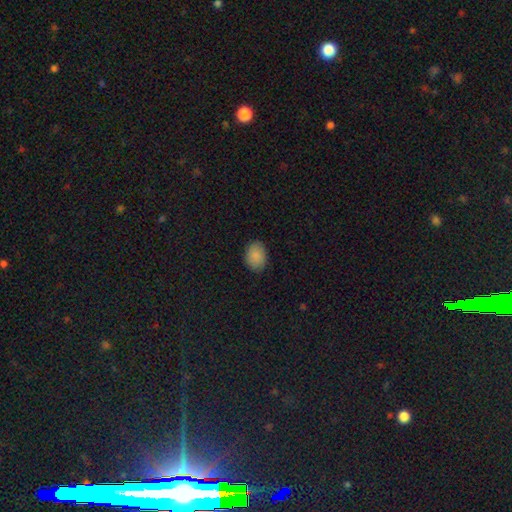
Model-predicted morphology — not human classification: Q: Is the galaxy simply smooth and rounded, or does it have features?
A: smooth — 89%.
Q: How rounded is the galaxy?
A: in between — 63%.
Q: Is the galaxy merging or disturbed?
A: none — 86%.